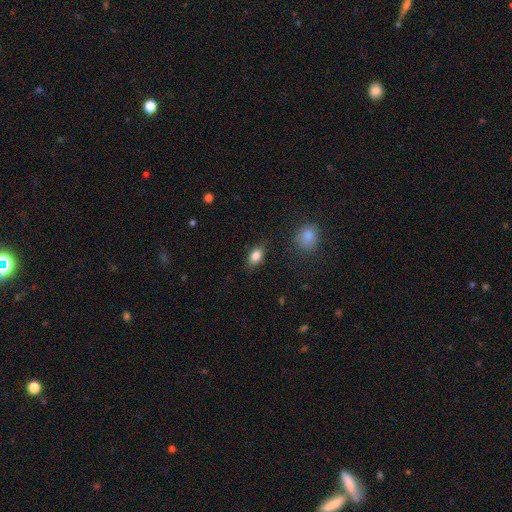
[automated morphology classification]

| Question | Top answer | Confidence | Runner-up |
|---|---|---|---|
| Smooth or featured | smooth | 85% | star or artifact (9%) |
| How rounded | in between | 85% | round (12%) |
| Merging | none | 83% | minor disturbance (13%) |